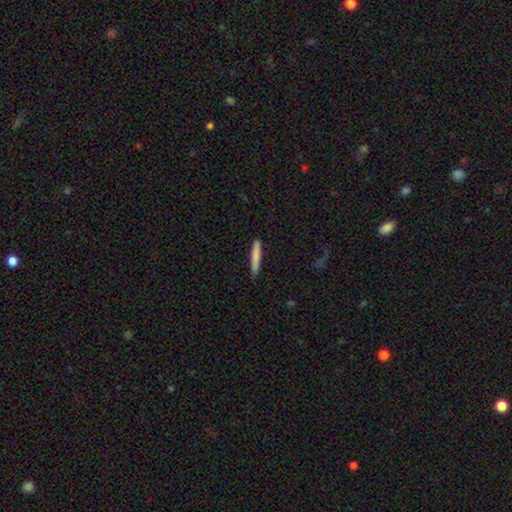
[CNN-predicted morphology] Overall: smooth (79%). How rounded: cigar-shaped (95%). Merging: none (88%).